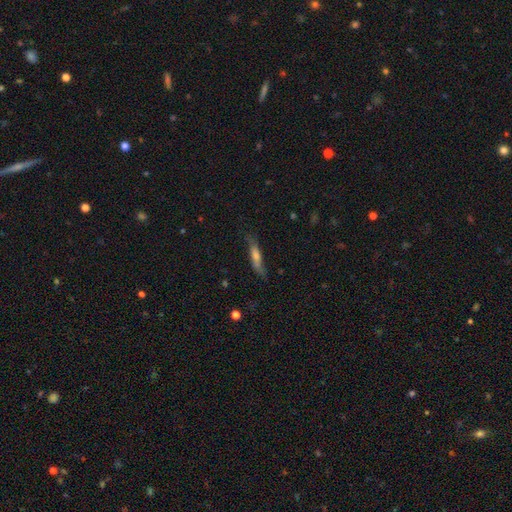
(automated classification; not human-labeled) A featured or disk galaxy (50%) viewed edge-on (69%). Merging: none (70%).